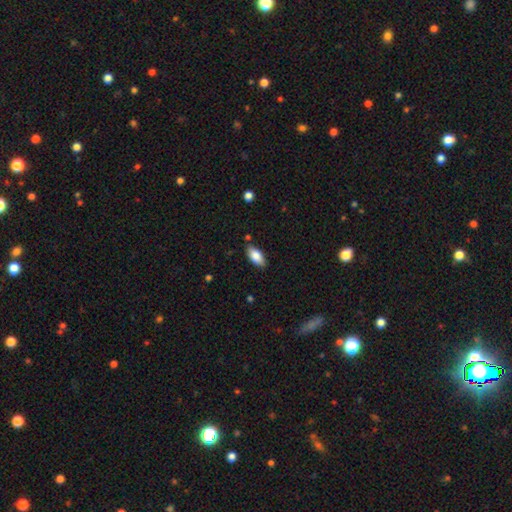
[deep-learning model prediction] Morphology: type=smooth (83%); roundness=in between (91%); merging=none (83%).